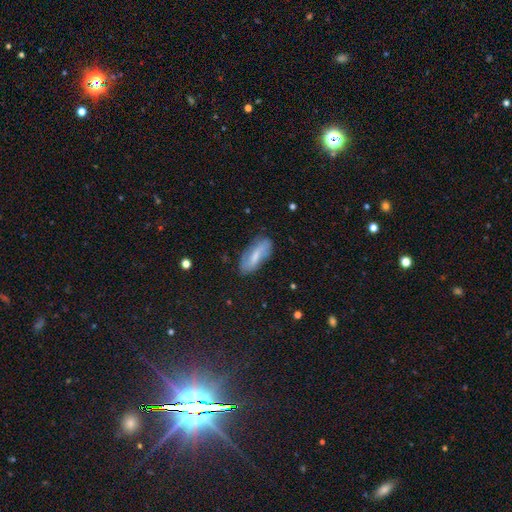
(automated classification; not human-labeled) Smooth or featured: smooth — 47% (featured or disk — 44%)
Merging: none — 77% (minor disturbance — 17%)